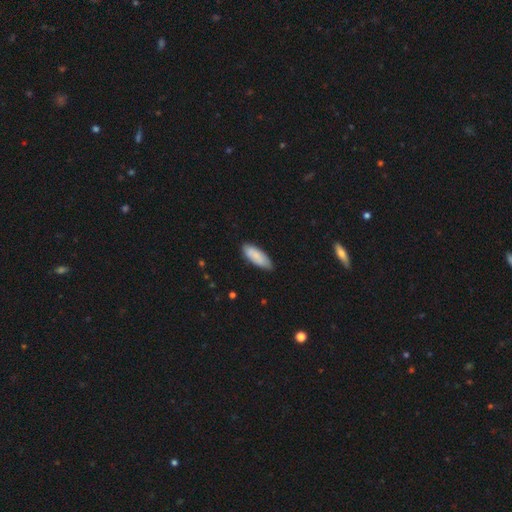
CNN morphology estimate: smooth-or-featured: smooth: 85% | featured or disk: 9% | star or artifact: 6%
  how-rounded: in between: 75% | cigar-shaped: 23% | round: 2%
  merging: none: 76% | minor disturbance: 20% | major disturbance: 3% | merger: 1%